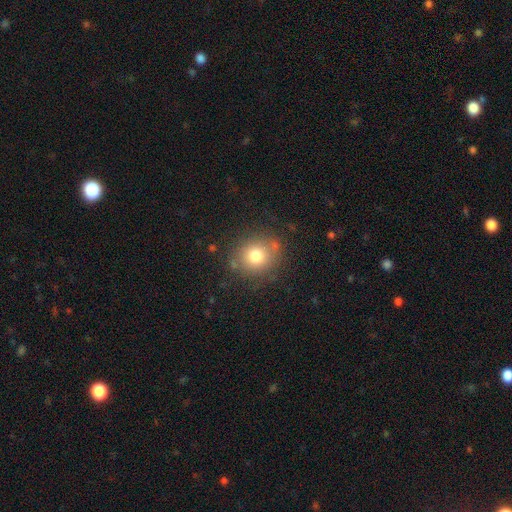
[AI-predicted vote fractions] Smooth or featured? smooth (77%)
How rounded? round (79%)
Merging? none (80%)